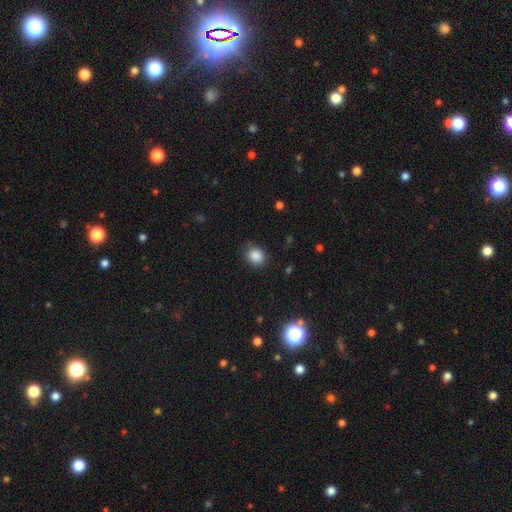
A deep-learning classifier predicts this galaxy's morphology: Smooth or featured: smooth — 87% (star or artifact — 10%)
How rounded: round — 63% (in between — 36%)
Merging: none — 79% (minor disturbance — 16%)